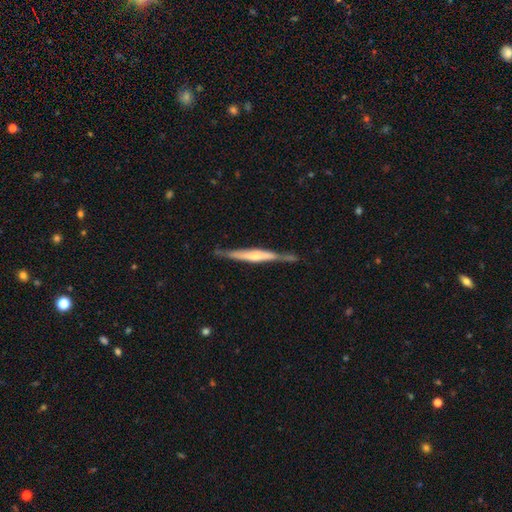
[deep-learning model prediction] Smooth or featured: featured or disk — 65% (smooth — 29%)
Edge-on disk: yes — 96% (no — 4%)
Edge-on bulge: rounded — 44% (boxy — 29%)
Merging: none — 78% (minor disturbance — 16%)